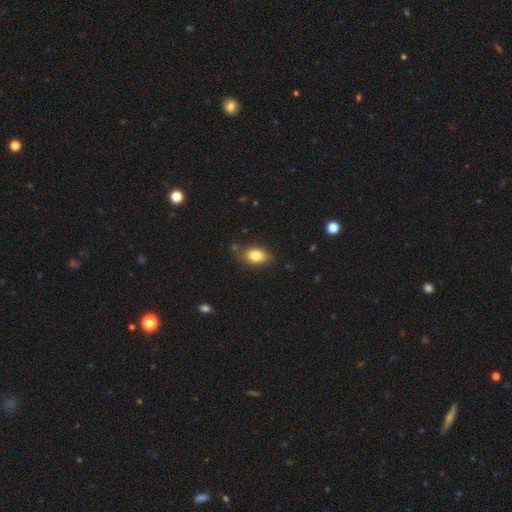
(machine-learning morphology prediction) smooth-or-featured: smooth: 80% | featured or disk: 11% | star or artifact: 9%
  how-rounded: in between: 81% | round: 17% | cigar-shaped: 2%
  merging: none: 77% | minor disturbance: 17% | major disturbance: 3% | merger: 2%